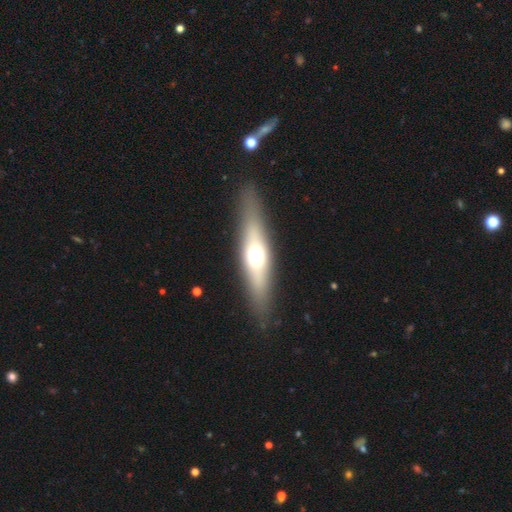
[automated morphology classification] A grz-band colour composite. It shows a featured or disk galaxy (48%). Merging: none (87%).